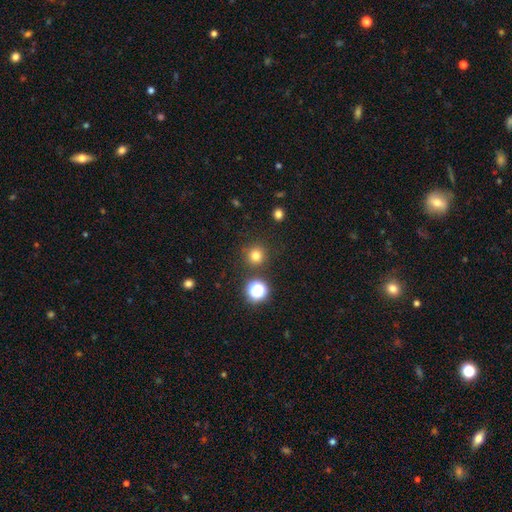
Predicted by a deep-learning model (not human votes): Smooth or featured: smooth — 77% (star or artifact — 18%)
How rounded: round — 95% (in between — 4%)
Merging: none — 88% (minor disturbance — 6%)